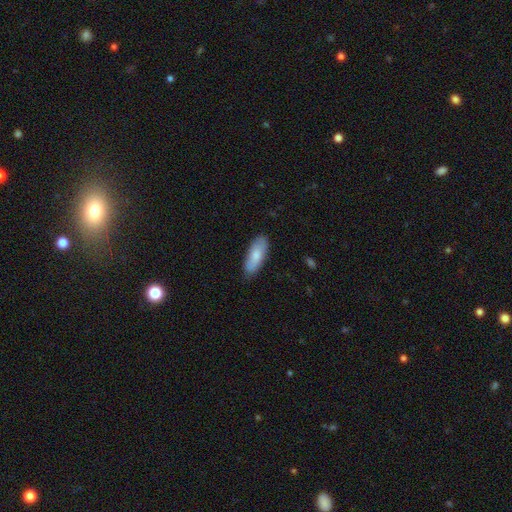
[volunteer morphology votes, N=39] Q: Smooth or featured?
A: smooth (82%); runner-up: featured or disk (15%)
Q: How rounded?
A: in between (72%); runner-up: cigar-shaped (28%)
Q: Merging?
A: none (92%); runner-up: minor disturbance (5%)